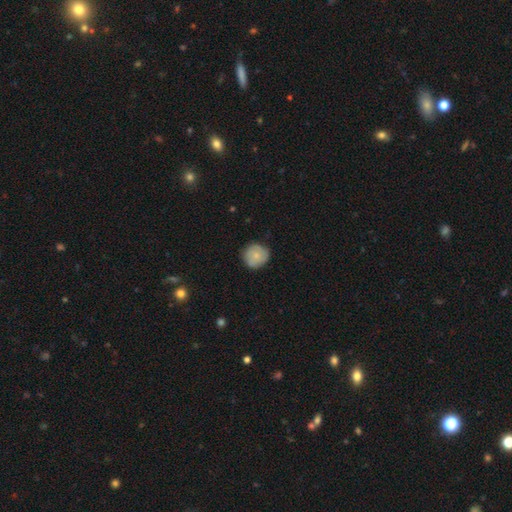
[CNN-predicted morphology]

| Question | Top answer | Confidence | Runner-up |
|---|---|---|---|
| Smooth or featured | smooth | 74% | featured or disk (19%) |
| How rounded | round | 91% | in between (8%) |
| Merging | none | 81% | minor disturbance (15%) |